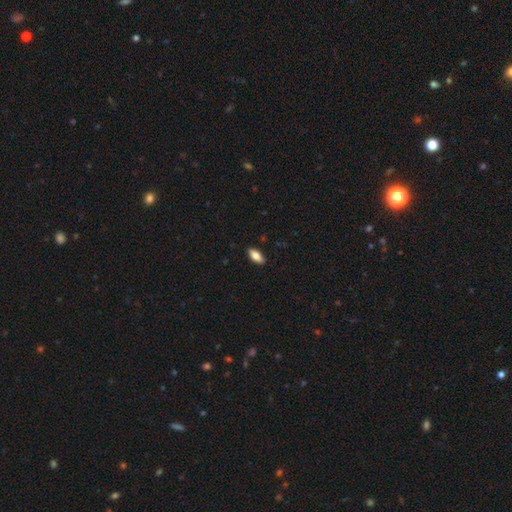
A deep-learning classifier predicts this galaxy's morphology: The model was most divided on "smooth or featured": smooth: 82%, featured or disk: 12%, star or artifact: 7%. More confident: how rounded — in between (88%); merging — none (87%).